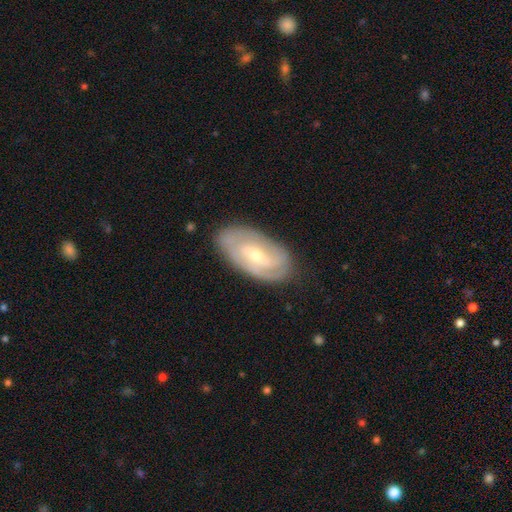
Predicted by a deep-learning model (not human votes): smooth_or_featured: featured or disk (p=0.74) [alt: smooth p=0.21]
disk_edge_on: no (p=0.93) [alt: yes p=0.07]
bar: weak (p=0.47) [alt: no p=0.27]
has_spiral_arms: yes (p=0.84) [alt: no p=0.16]
spiral_winding: tight (p=0.57) [alt: medium p=0.32]
spiral_arm_count: 2 (p=0.46) [alt: can't tell p=0.34]
bulge_size: small (p=0.59) [alt: moderate p=0.38]
merging: none (p=0.79) [alt: minor disturbance p=0.15]